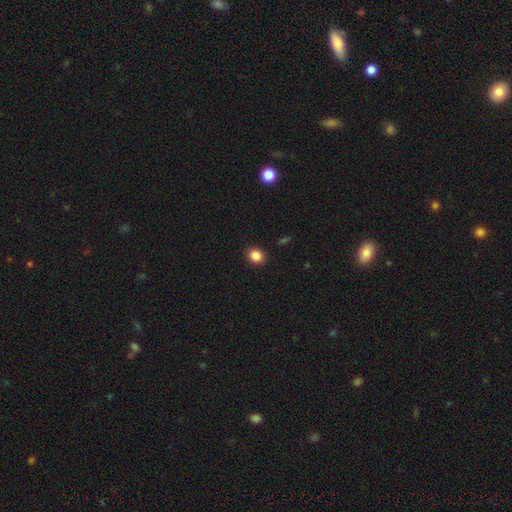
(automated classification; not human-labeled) A smooth galaxy with no disk features (86%) that is round (73%). Merging: none (91%).